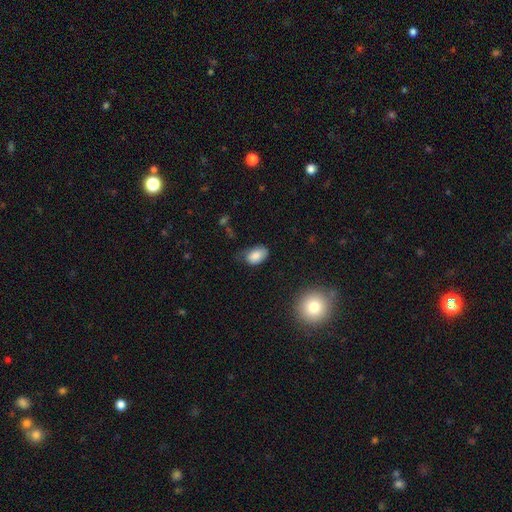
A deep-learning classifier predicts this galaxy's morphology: The model was most divided on "merging": none: 53%, minor disturbance: 34%, major disturbance: 11%, merger: 2%. More confident: how rounded — in between (90%); smooth or featured — smooth (82%).